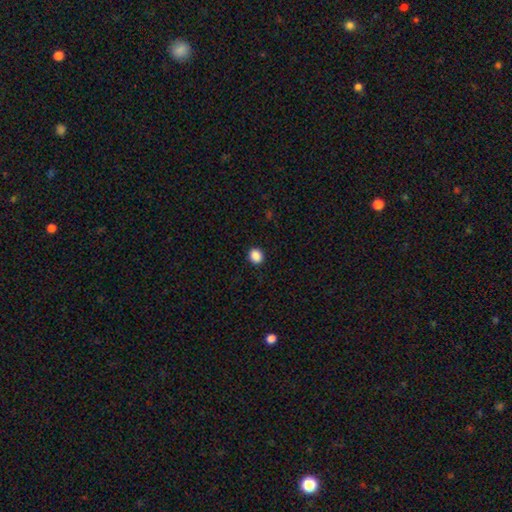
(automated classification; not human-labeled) smooth-or-featured: smooth: 88% | star or artifact: 10% | featured or disk: 2%
  how-rounded: round: 72% | in between: 27% | cigar-shaped: 1%
  merging: none: 91% | minor disturbance: 6% | major disturbance: 2% | merger: 1%